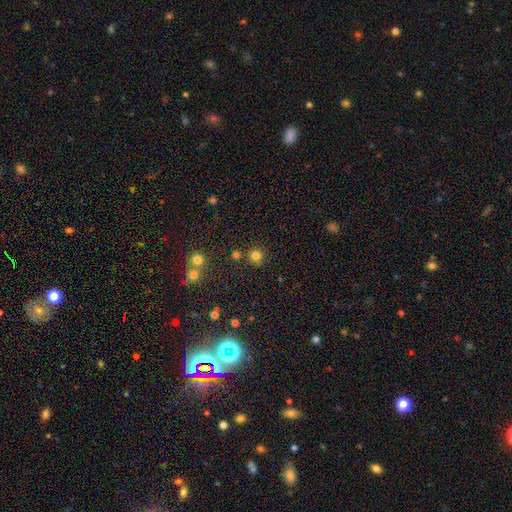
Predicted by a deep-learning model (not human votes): Overall: smooth (79%). How rounded: round (93%). Merging: none (81%).